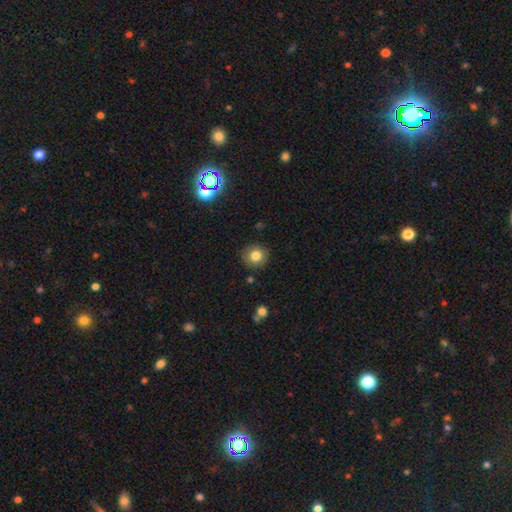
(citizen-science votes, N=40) smooth-or-featured: smooth: 82% | star or artifact: 12% | featured or disk: 5%
  how-rounded: round: 88% | in between: 12% | cigar-shaped: 0%
  merging: none: 74% | minor disturbance: 14% | major disturbance: 6% | merger: 6%